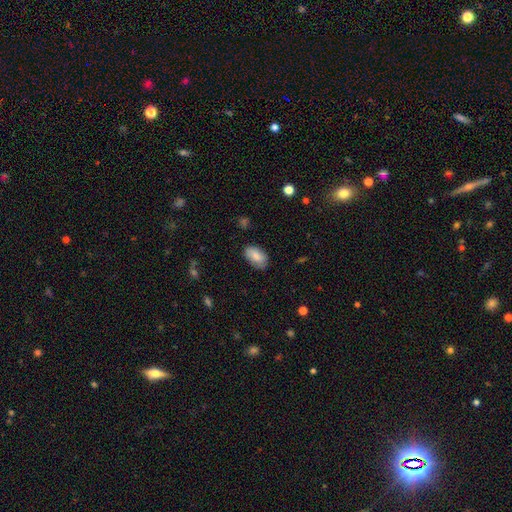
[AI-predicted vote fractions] A smooth galaxy with no disk features (82%) that is in between round and cigar-shaped (94%). Merging: none (77%).